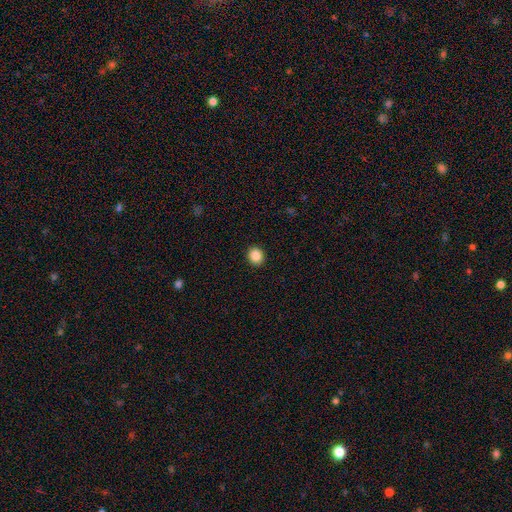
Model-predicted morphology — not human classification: Smooth or featured?
  - smooth: 87% *
  - star or artifact: 9%
  - featured or disk: 4%
How rounded?
  - round: 79% *
  - in between: 21%
  - cigar-shaped: 1%
Merging?
  - none: 93% *
  - minor disturbance: 5%
  - major disturbance: 2%
  - merger: 1%